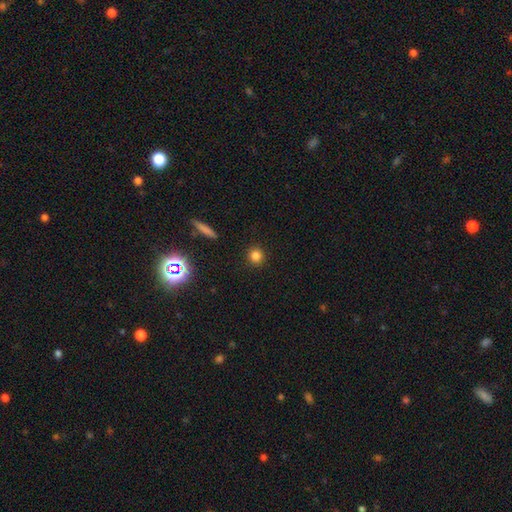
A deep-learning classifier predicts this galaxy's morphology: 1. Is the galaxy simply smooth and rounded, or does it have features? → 82% smooth, 13% star or artifact, 5% featured or disk.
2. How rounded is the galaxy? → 92% round, 6% in between, 1% cigar-shaped.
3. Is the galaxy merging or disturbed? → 92% none, 5% minor disturbance, 2% major disturbance, 1% merger.